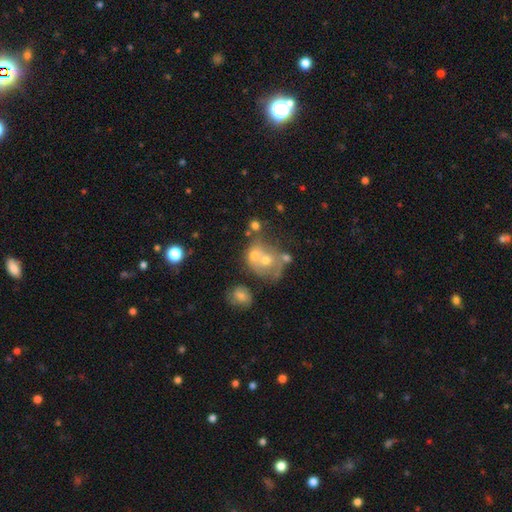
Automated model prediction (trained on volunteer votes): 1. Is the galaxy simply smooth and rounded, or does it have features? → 47% smooth, 38% featured or disk, 16% star or artifact.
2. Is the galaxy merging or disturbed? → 58% merger, 24% none, 10% minor disturbance, 9% major disturbance.